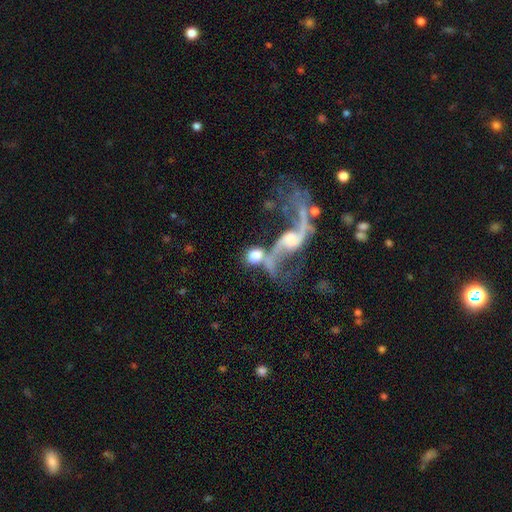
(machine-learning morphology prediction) smooth_or_featured: featured or disk (p=0.48) [alt: smooth p=0.43]
merging: merger (p=0.45) [alt: none p=0.31]